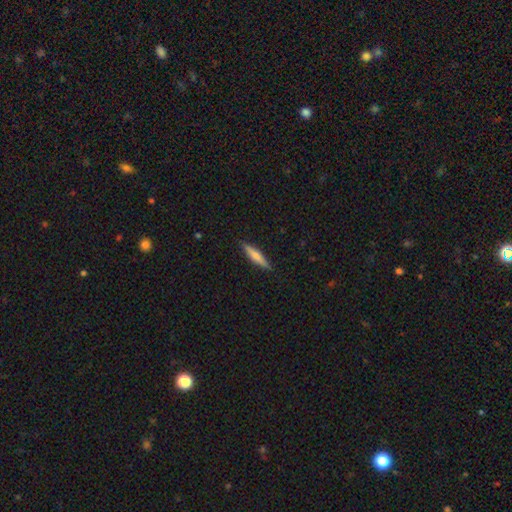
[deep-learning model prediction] Q: Smooth or featured?
A: smooth (53%); runner-up: featured or disk (41%)
Q: How rounded?
A: cigar-shaped (88%); runner-up: in between (11%)
Q: Merging?
A: none (90%); runner-up: minor disturbance (8%)